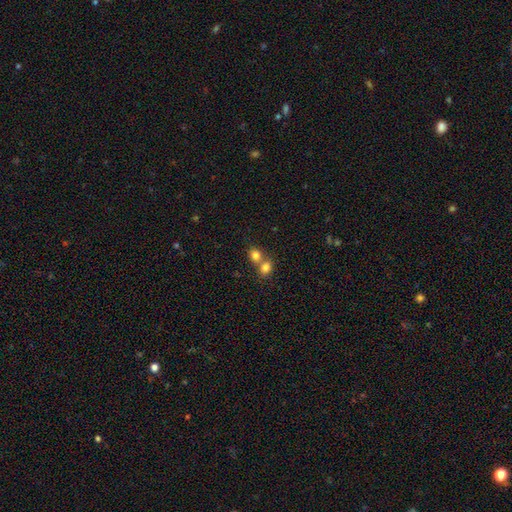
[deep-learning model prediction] Overall: smooth (80%). How rounded: round (71%). Merging: merger (56%; none 36%).